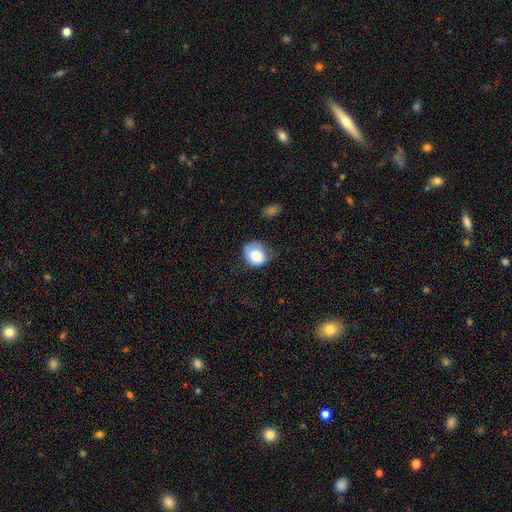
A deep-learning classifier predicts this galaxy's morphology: Smooth or featured? Predicted: smooth (p=0.76). How rounded? Predicted: round (p=0.64). Merging? Predicted: none (p=0.41).